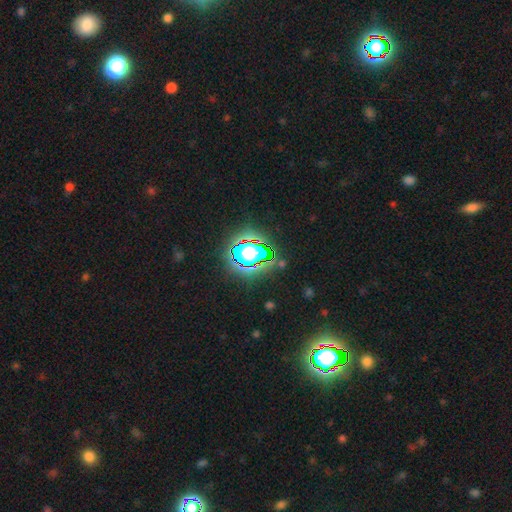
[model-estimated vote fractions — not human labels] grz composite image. It shows a star or artifact, not a galaxy (78%).